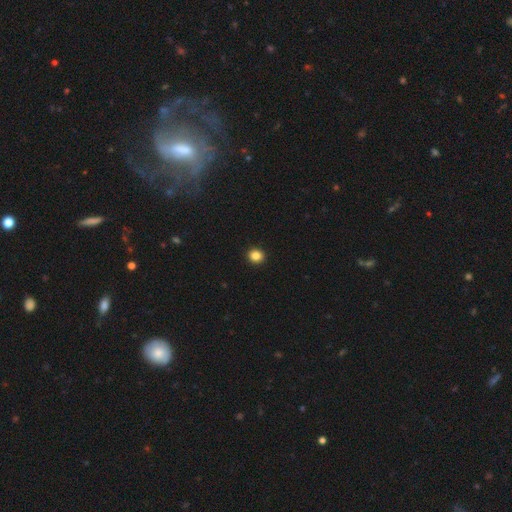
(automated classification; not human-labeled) Overall: smooth (86%). How rounded: round (81%). Merging: none (93%).